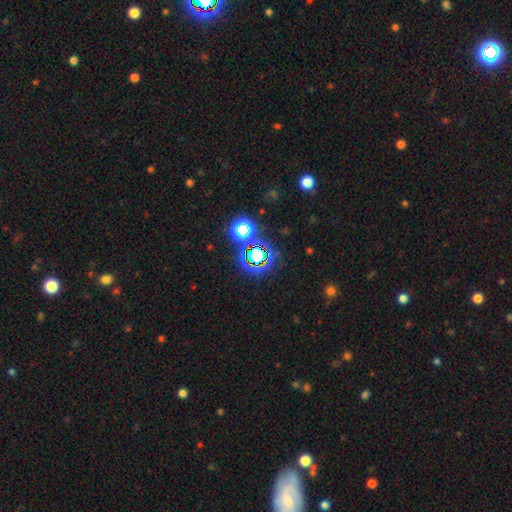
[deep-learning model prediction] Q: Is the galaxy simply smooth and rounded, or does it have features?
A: star or artifact — 71%.